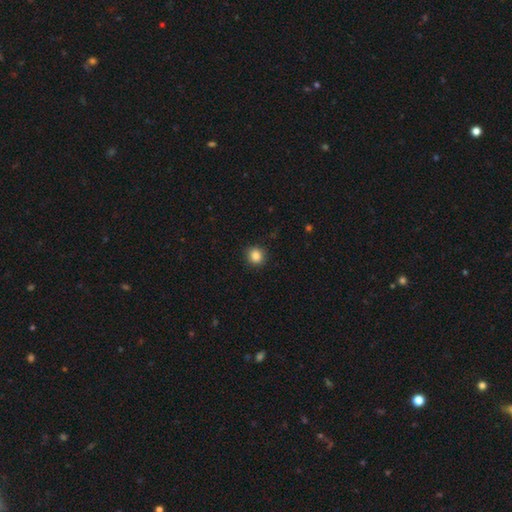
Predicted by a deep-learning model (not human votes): A smooth galaxy with no disk features (86%) that is round (88%).

Vote fractions:
- Smooth or featured? smooth: 86% / star or artifact: 10% / featured or disk: 4%
- How rounded? round: 88% / in between: 11% / cigar-shaped: 1%
- Merging? none: 90% / minor disturbance: 7% / major disturbance: 2% / merger: 1%